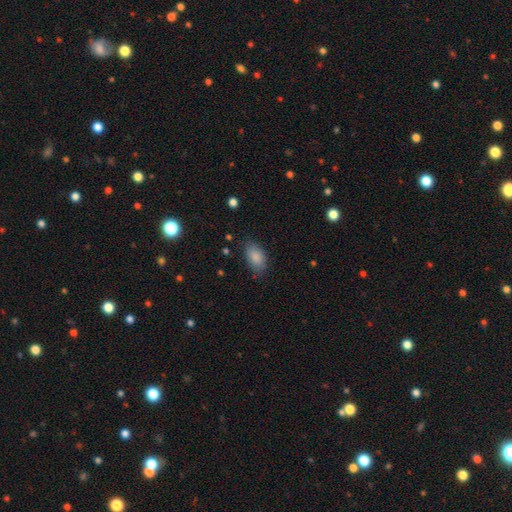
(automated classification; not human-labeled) Smooth or featured? Predicted: smooth (p=0.87). How rounded? Predicted: in between (p=0.93). Merging? Predicted: none (p=0.78).